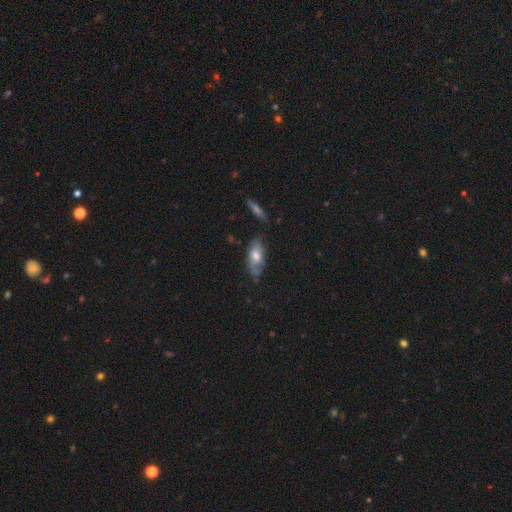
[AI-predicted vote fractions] Q: Smooth or featured?
A: smooth (55%); runner-up: featured or disk (38%)
Q: How rounded?
A: in between (86%); runner-up: cigar-shaped (11%)
Q: Merging?
A: none (59%); runner-up: minor disturbance (28%)